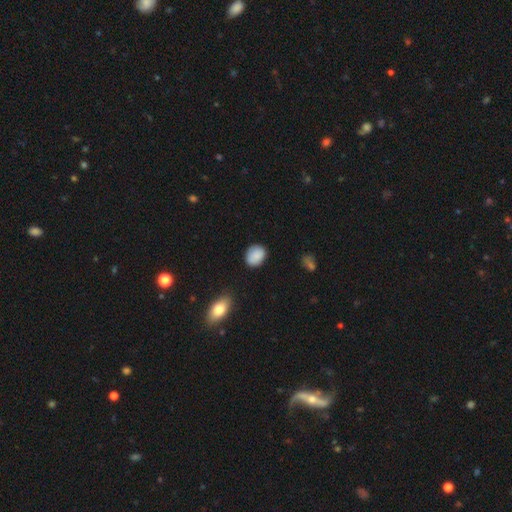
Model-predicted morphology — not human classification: Q: Smooth or featured?
A: smooth (88%); runner-up: star or artifact (7%)
Q: How rounded?
A: round (50%); runner-up: in between (49%)
Q: Merging?
A: none (81%); runner-up: minor disturbance (14%)